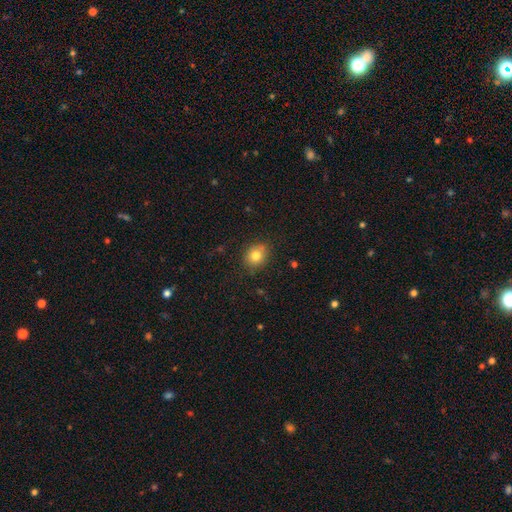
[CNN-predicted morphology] type=smooth (80%); roundness=round (64%); merging=none (81%).